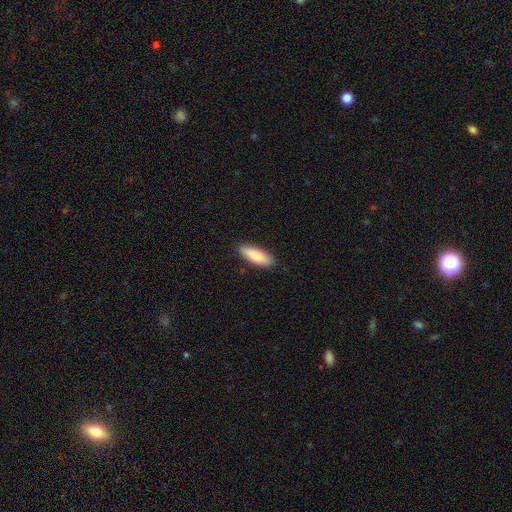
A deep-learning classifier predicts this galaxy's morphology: smooth 86%, featured or disk 9%, star or artifact 5%. Down the decision tree: how rounded — in between (57%); merging — none (88%).